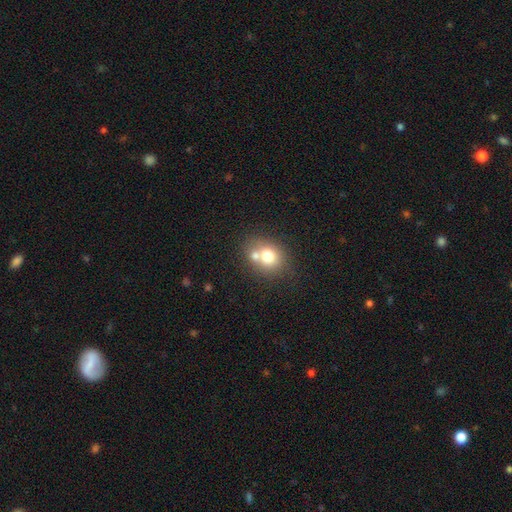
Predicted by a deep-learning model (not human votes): Smooth or featured?
  - smooth: 72% *
  - featured or disk: 18%
  - star or artifact: 11%
How rounded?
  - round: 64% *
  - in between: 35%
  - cigar-shaped: 1%
Merging?
  - merger: 44% *
  - none: 43%
  - minor disturbance: 9%
  - major disturbance: 4%